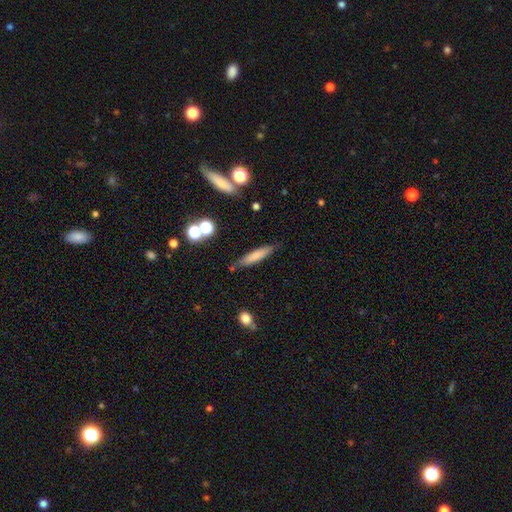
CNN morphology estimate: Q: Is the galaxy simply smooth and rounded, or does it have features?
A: smooth — 74%.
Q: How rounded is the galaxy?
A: cigar-shaped — 85%.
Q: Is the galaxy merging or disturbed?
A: none — 82%.